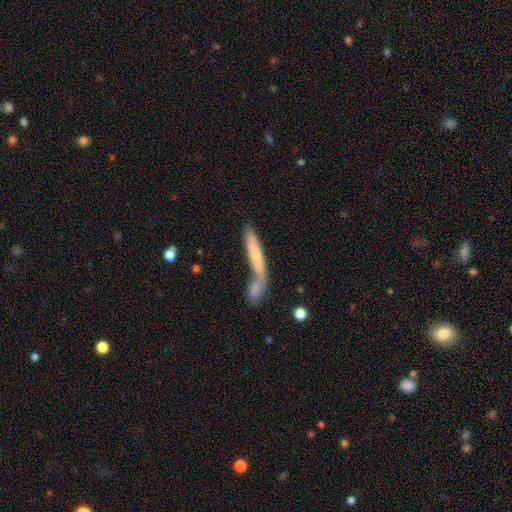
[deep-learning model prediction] Smooth or featured?
  - smooth: 64% *
  - featured or disk: 29%
  - star or artifact: 7%
How rounded?
  - cigar-shaped: 89% *
  - in between: 9%
  - round: 2%
Merging?
  - merger: 45% *
  - none: 38%
  - minor disturbance: 11%
  - major disturbance: 6%